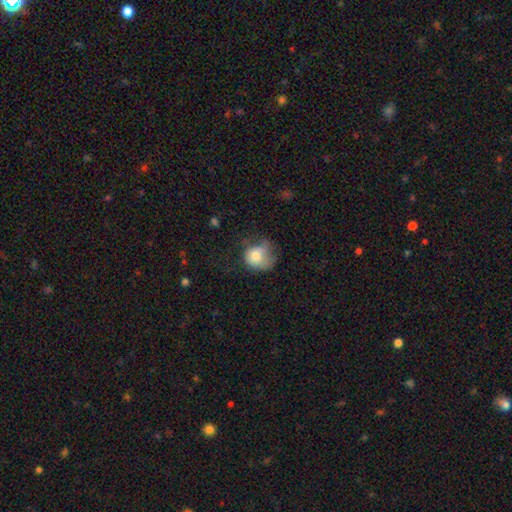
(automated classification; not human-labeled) Smooth or featured? Predicted: smooth (p=0.73). How rounded? Predicted: round (p=0.68). Merging? Predicted: none (p=0.32, tied with minor disturbance and major disturbance).